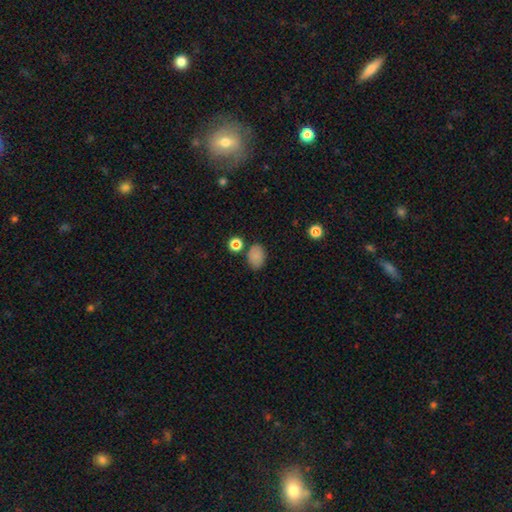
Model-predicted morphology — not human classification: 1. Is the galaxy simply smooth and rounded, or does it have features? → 84% smooth, 11% star or artifact, 5% featured or disk.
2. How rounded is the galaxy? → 79% in between, 20% round, 1% cigar-shaped.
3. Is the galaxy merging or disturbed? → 77% none, 13% minor disturbance, 6% merger, 4% major disturbance.